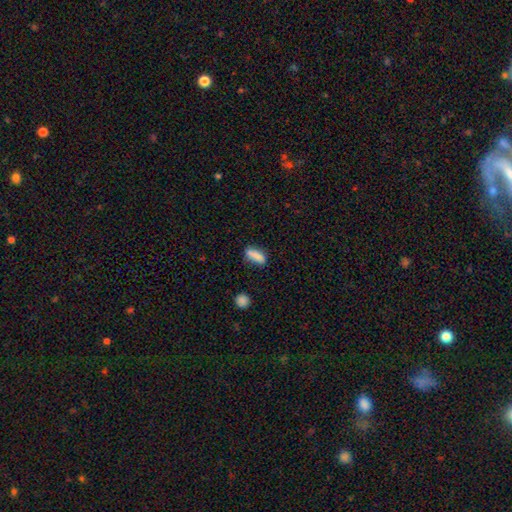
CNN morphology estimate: type=smooth (84%); roundness=in between (53%); merging=none (74%).